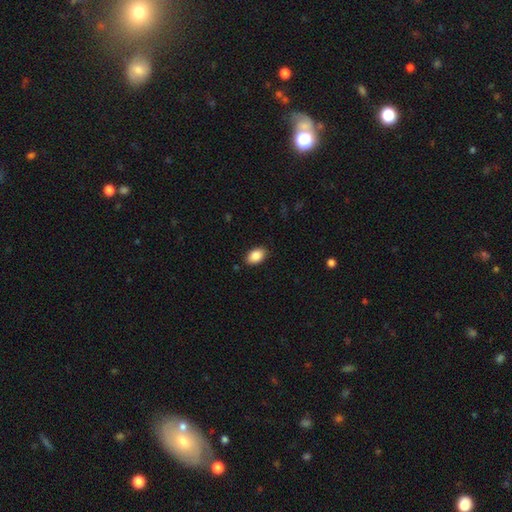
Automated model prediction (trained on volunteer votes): smooth_or_featured: smooth (p=0.88) [alt: star or artifact p=0.07]
how_rounded: in between (p=0.91) [alt: round p=0.08]
merging: none (p=0.87) [alt: minor disturbance p=0.10]